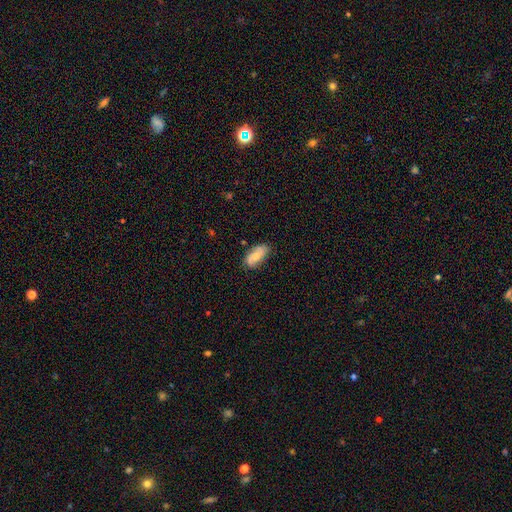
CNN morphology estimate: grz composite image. It shows a smooth galaxy with no disk features (58%) that is in between round and cigar-shaped (90%). Merging: none (69%).